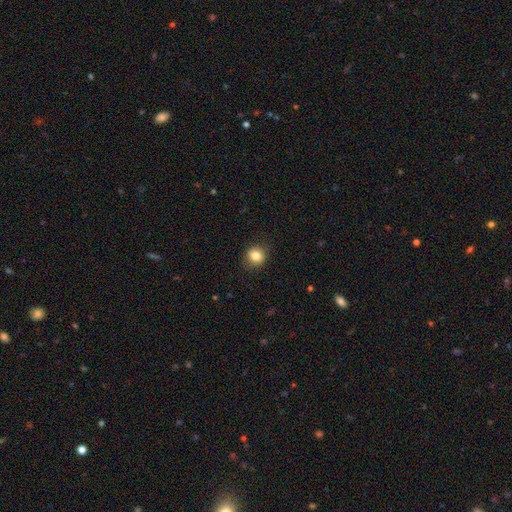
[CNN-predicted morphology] Smooth or featured: smooth — 83% (star or artifact — 10%)
How rounded: round — 80% (in between — 19%)
Merging: none — 86% (minor disturbance — 10%)